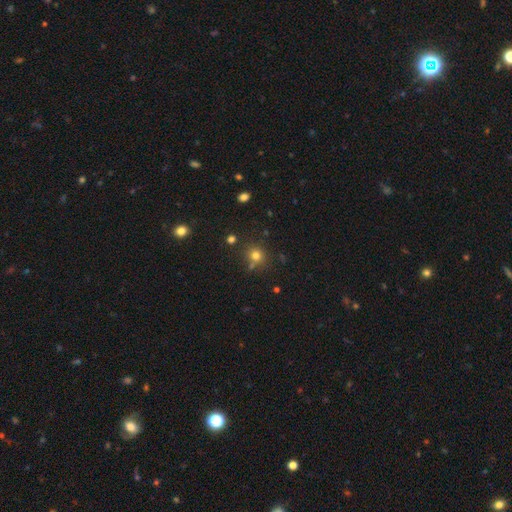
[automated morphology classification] Smooth or featured? Predicted: smooth (p=0.73). How rounded? Predicted: round (p=0.87). Merging? Predicted: none (p=0.75).